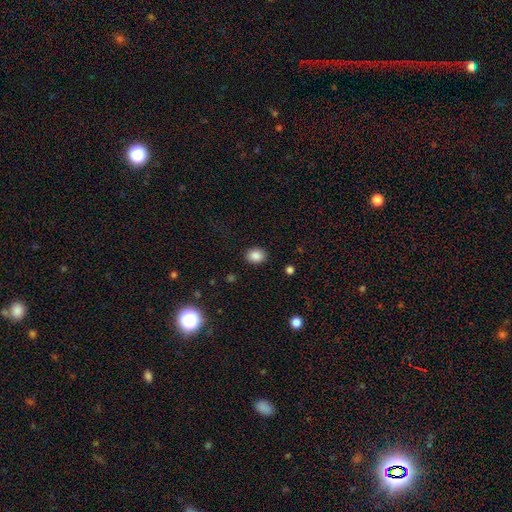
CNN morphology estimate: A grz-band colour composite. It shows a smooth galaxy with no disk features (87%) that is round (53%). Merging: none (89%).